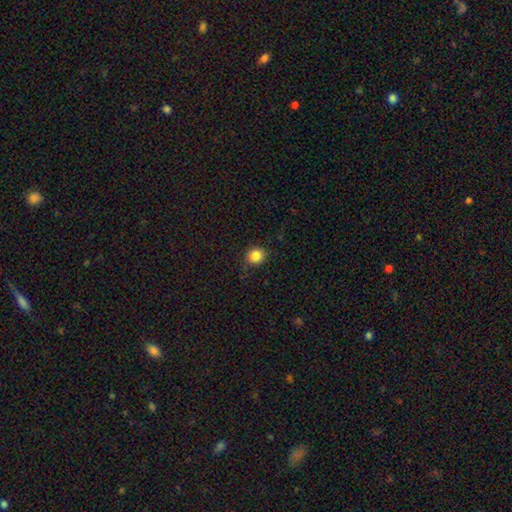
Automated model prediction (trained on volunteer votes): Morphology: type=smooth (85%); roundness=round (87%); merging=none (85%).